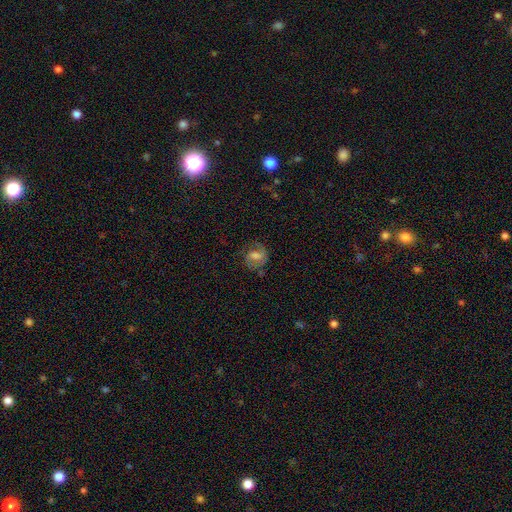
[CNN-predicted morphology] This is possibly a featured or disk galaxy (57%). It is clearly not viewed edge-on (97%). Bar: possibly weak (50%). Spiral arm pattern: clearly yes (86%). Central bulge: marginally moderate (39%). Merging: likely none (62%).